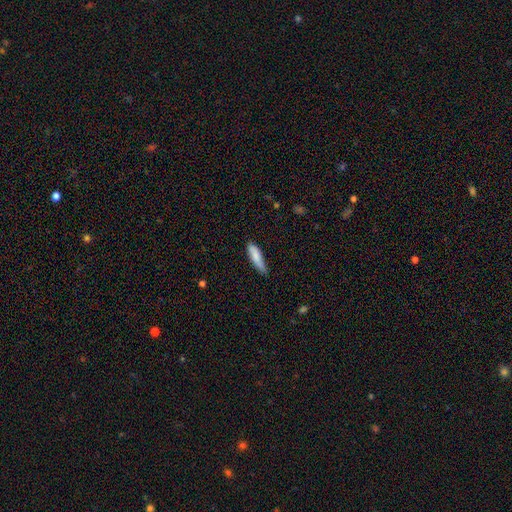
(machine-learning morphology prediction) A smooth galaxy with no disk features (80%) that is cigar-shaped (66%). Merging: none (57%).